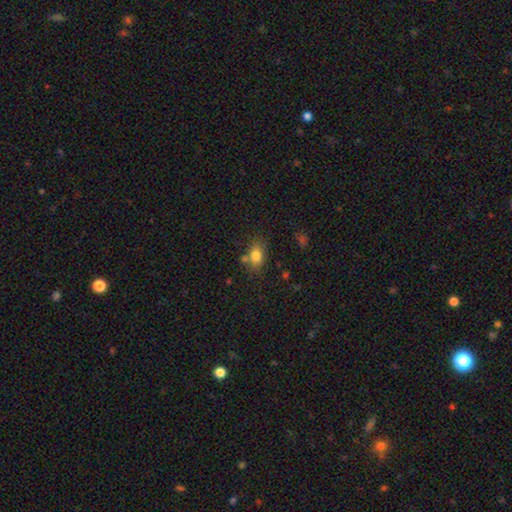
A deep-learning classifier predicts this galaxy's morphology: This appears to be a smooth galaxy with no disk features (79%) that is in between round and cigar-shaped (75%). Merging: none (66%).